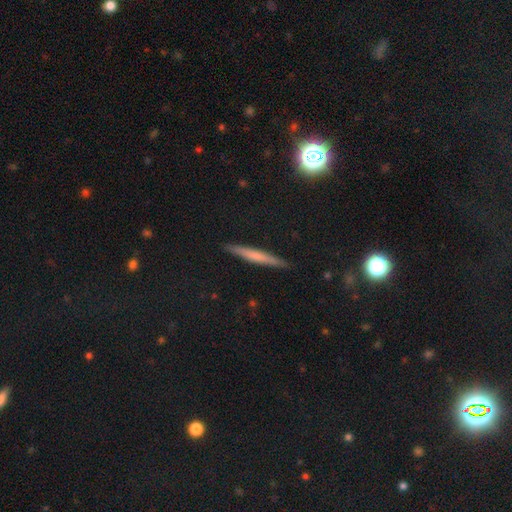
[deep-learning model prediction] smooth 55%, featured or disk 38%, star or artifact 8%. Down the decision tree: how rounded — cigar-shaped (95%); merging — none (90%).